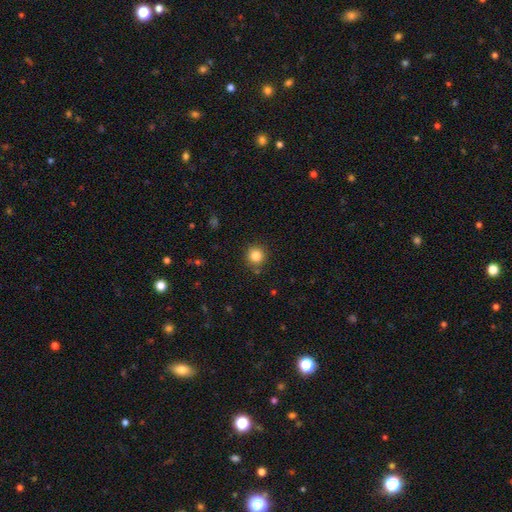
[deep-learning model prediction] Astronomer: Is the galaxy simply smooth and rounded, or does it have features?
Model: smooth — 84%.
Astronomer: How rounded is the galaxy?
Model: round — 92%.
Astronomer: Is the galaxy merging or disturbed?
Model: none — 86%.